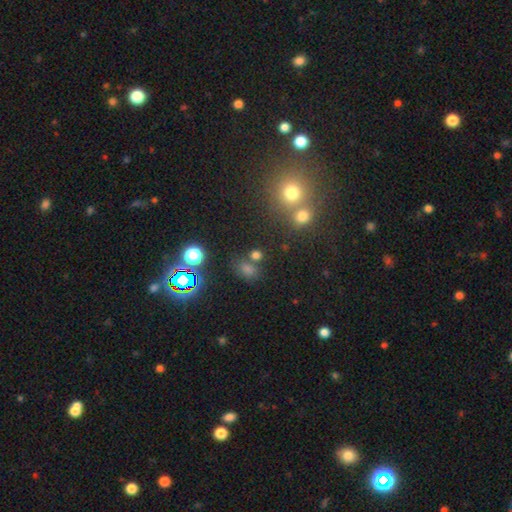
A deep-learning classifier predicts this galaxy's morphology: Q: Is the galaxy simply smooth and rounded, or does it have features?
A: smooth — 63%.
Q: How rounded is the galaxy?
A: in between — 50%.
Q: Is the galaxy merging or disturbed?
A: none — 63%.